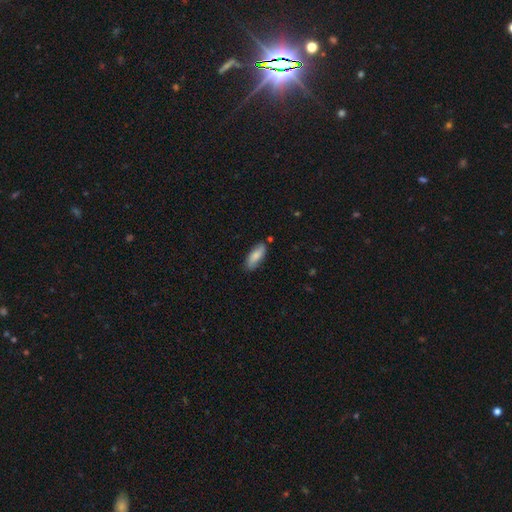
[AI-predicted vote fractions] smooth-or-featured: smooth: 77% | featured or disk: 17% | star or artifact: 6%
  how-rounded: in between: 70% | cigar-shaped: 28% | round: 2%
  merging: none: 78% | minor disturbance: 16% | major disturbance: 3% | merger: 3%